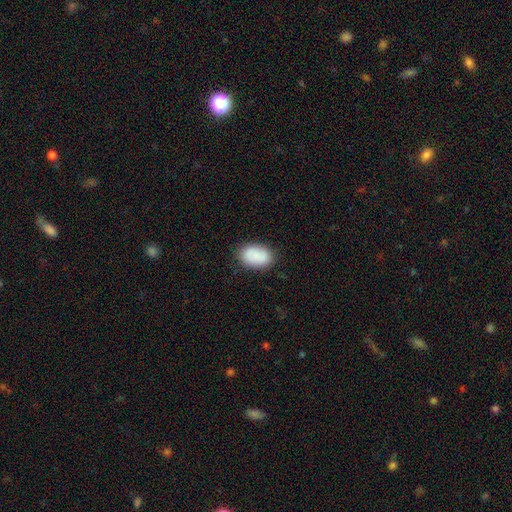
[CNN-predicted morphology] A smooth galaxy with no disk features (85%) that is in between round and cigar-shaped (89%). Merging: none (84%).